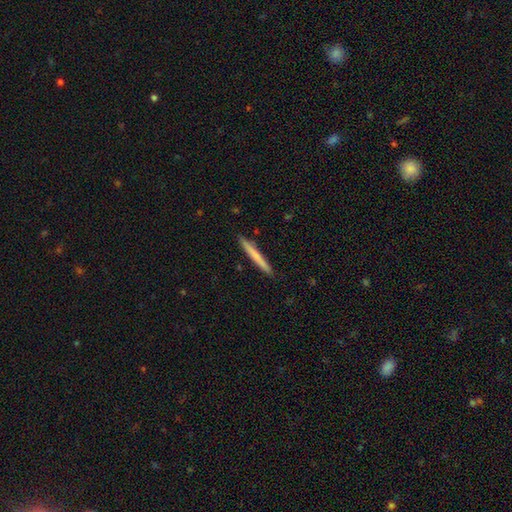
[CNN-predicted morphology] Smooth or featured: smooth — 68% (featured or disk — 26%)
How rounded: cigar-shaped — 97% (in between — 2%)
Merging: none — 92% (minor disturbance — 6%)